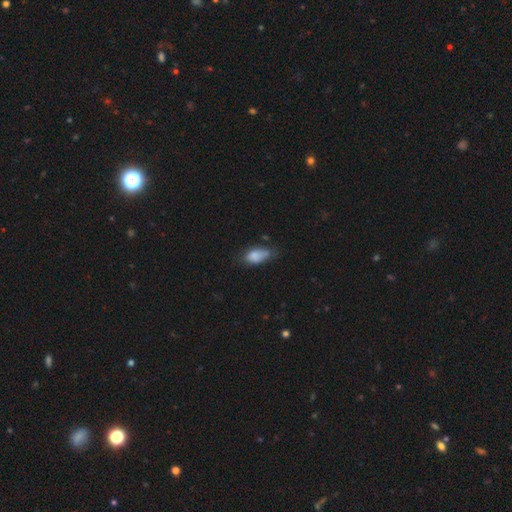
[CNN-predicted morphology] type=smooth (82%); roundness=in between (87%); merging=none (45%).